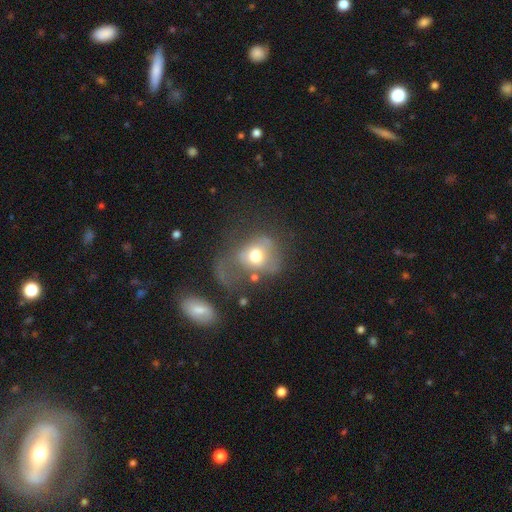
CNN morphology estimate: type=smooth (59%); roundness=round (57%); merging=major disturbance (51%).